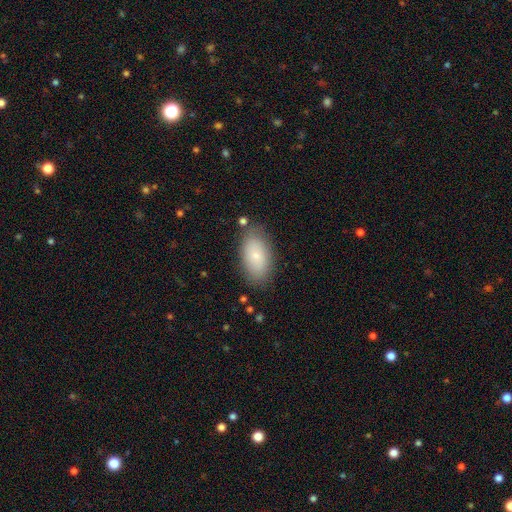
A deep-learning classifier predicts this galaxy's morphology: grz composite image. It shows a smooth galaxy with no disk features (77%) that is in between round and cigar-shaped (93%). Merging: none (80%).